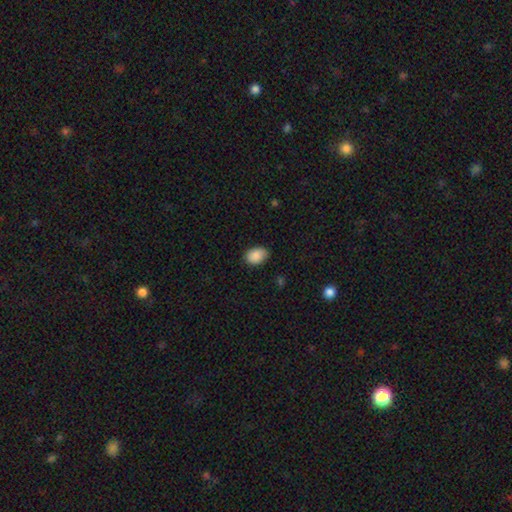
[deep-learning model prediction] Morphology: type=smooth (89%); roundness=in between (80%); merging=none (78%).